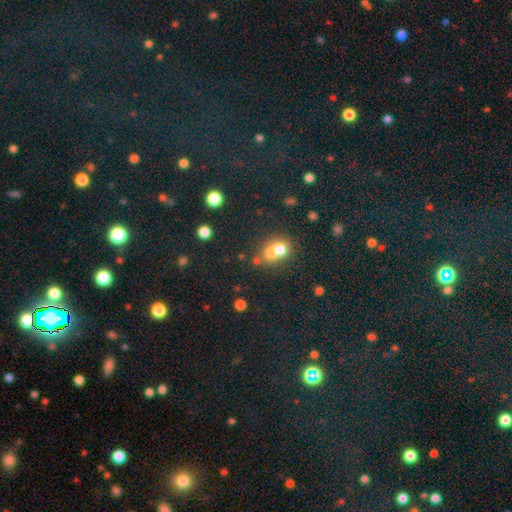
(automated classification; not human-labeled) Q: Smooth or featured?
A: smooth (52%); runner-up: star or artifact (36%)
Q: How rounded?
A: round (52%); runner-up: in between (45%)
Q: Merging?
A: none (51%); runner-up: merger (32%)